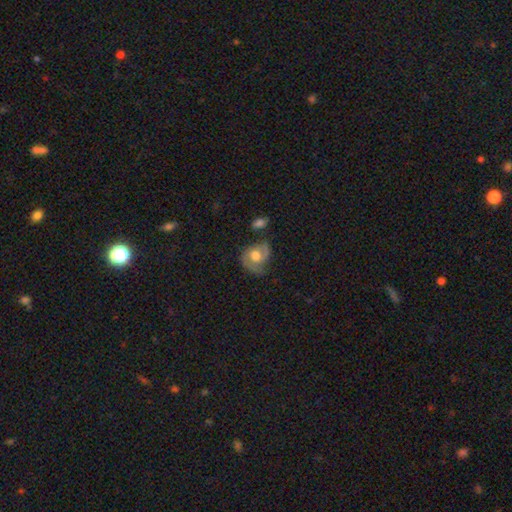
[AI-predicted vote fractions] A featured or disk galaxy (54%) with no bar (76%), spiral arms (75%) and a moderate central bulge (56%).

Vote fractions:
- Smooth or featured? featured or disk: 54% / smooth: 39% / star or artifact: 7%
- Edge-on disk? no: 97% / yes: 3%
- Bar? no: 76% / weak: 21% / strong: 3%
- Spiral arms? yes: 75% / no: 25%
- Bulge size? moderate: 56% / large: 35% / small: 6% / dominant: 2% / none: 2%
- Merging? none: 48% / minor disturbance: 29% / major disturbance: 18% / merger: 6%